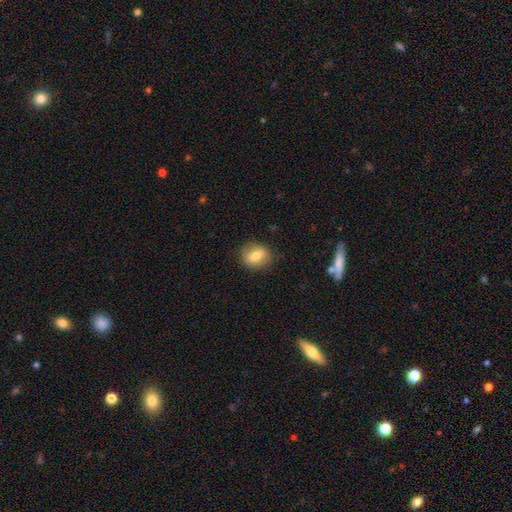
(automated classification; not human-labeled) A smooth galaxy with no disk features (72%) that is round (60%). Merging: none (84%).